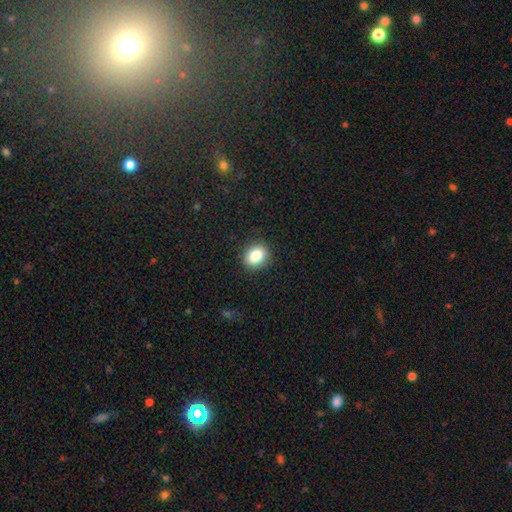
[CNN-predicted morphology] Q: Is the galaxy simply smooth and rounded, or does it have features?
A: smooth — 84%.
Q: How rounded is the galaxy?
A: in between — 51%.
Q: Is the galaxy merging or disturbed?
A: none — 89%.